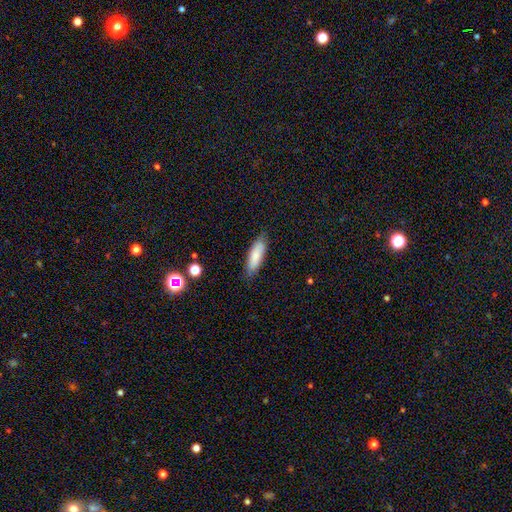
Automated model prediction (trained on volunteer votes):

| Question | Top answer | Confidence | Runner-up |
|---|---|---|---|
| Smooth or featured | smooth | 80% | featured or disk (14%) |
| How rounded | in between | 57% | cigar-shaped (41%) |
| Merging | none | 82% | minor disturbance (14%) |